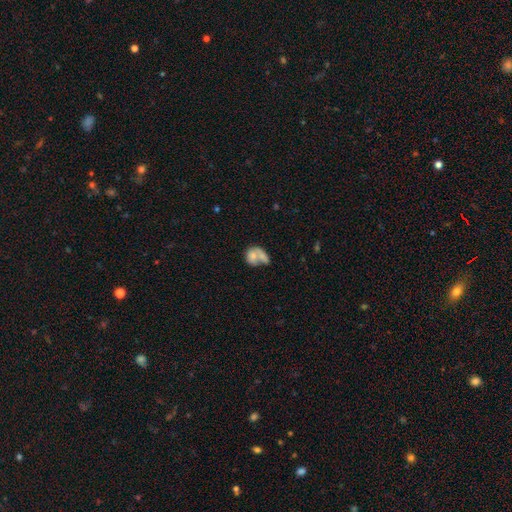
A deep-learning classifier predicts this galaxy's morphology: Smooth or featured? Predicted: smooth (p=0.65). How rounded? Predicted: in between (p=0.51). Merging? Predicted: merger (p=0.53).